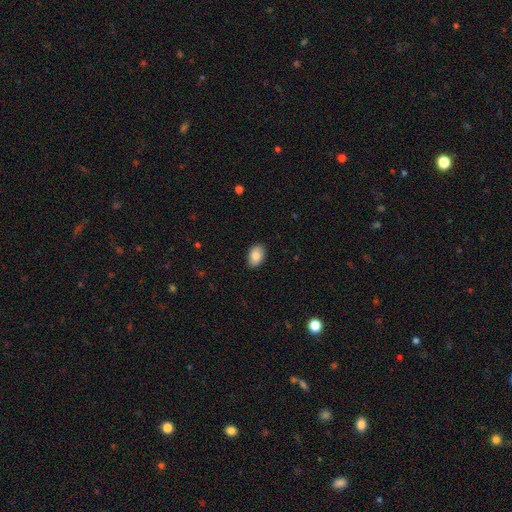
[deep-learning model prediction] The model was most divided on "how rounded": in between: 87%, round: 12%, cigar-shaped: 1%. More confident: merging — none (88%); smooth or featured — smooth (86%).